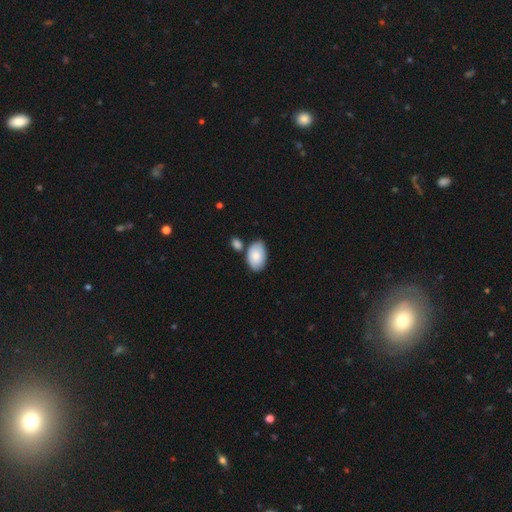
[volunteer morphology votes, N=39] Smooth or featured?
  - smooth: 79% *
  - featured or disk: 15%
  - star or artifact: 5%
How rounded?
  - in between: 94% *
  - round: 6%
  - cigar-shaped: 0%
Merging?
  - none: 62% *
  - minor disturbance: 22%
  - merger: 16%
  - major disturbance: 0%